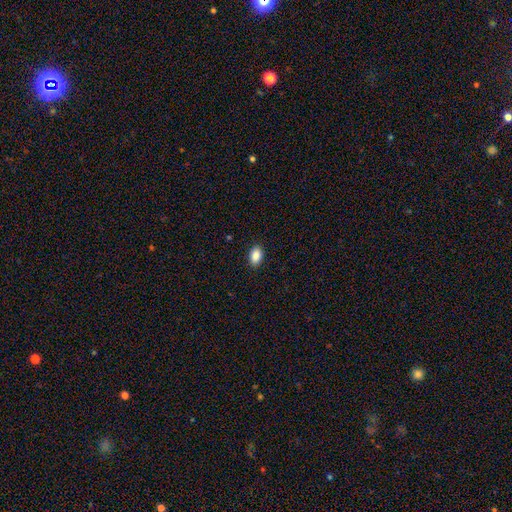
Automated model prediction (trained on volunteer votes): Q: Smooth or featured?
A: smooth (89%); runner-up: star or artifact (8%)
Q: How rounded?
A: in between (90%); runner-up: round (8%)
Q: Merging?
A: none (90%); runner-up: minor disturbance (8%)